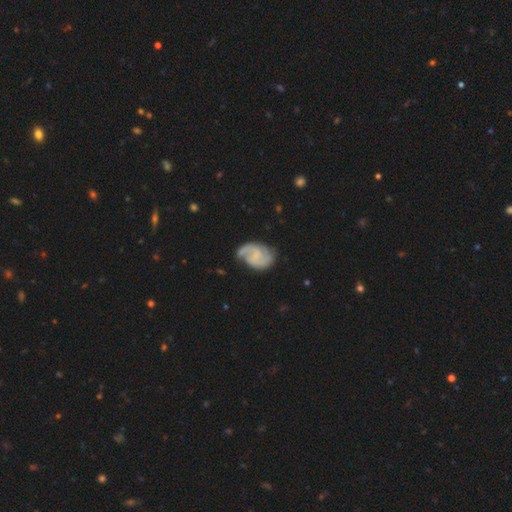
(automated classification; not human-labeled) featured or disk 75%, smooth 19%, star or artifact 6%. Down the decision tree: edge-on disk — no (98%); bar — no (52%); spiral arms — yes (93%); spiral arm count — 2 (74%); spiral winding — medium (45%); bulge size — none (54%); merging — none (60%).